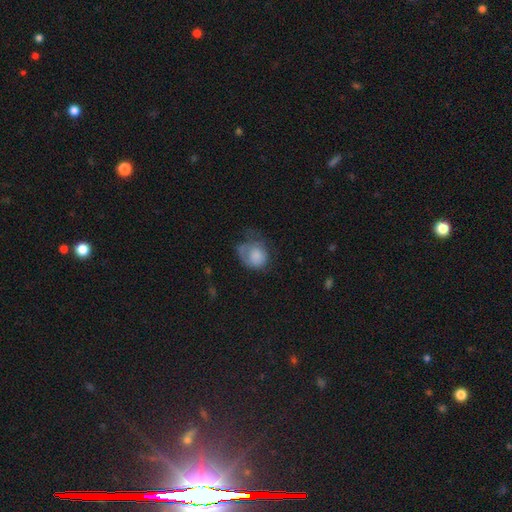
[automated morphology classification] type=smooth (73%); roundness=round (62%); merging=major disturbance (35%).